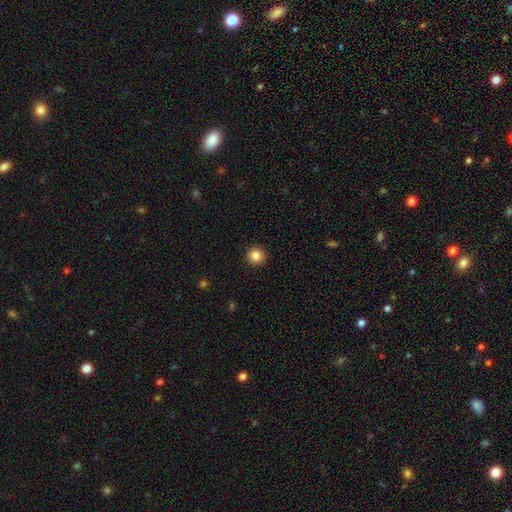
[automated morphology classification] The model was most divided on "smooth or featured": smooth: 85%, star or artifact: 11%, featured or disk: 4%. More confident: how rounded — round (95%); merging — none (93%).